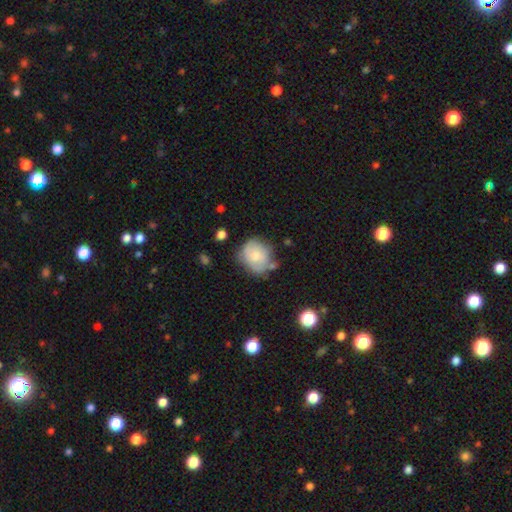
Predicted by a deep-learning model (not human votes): This is likely a smooth galaxy (64%). How rounded: likely round (74%). Merging: possibly none (54%).